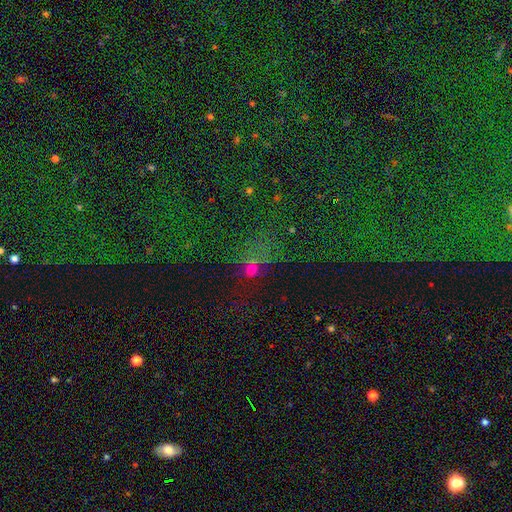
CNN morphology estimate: Smooth or featured? star or artifact (65%)